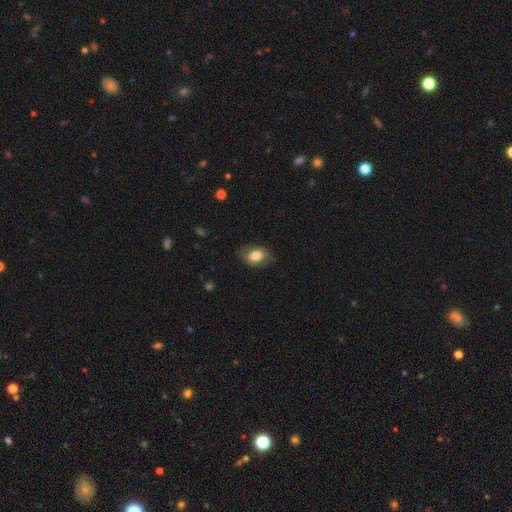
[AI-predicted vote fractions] Morphology: type=smooth (71%); roundness=in between (76%); merging=none (72%).